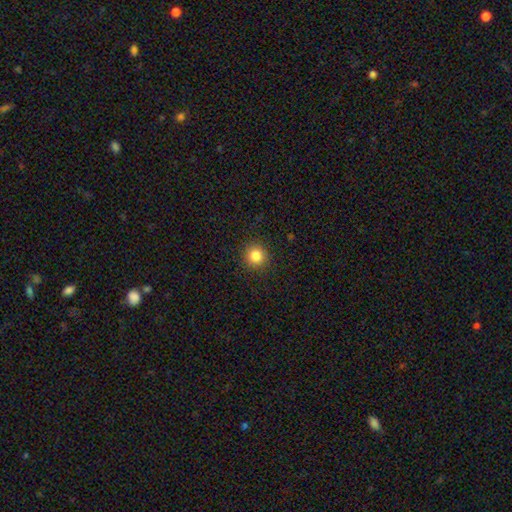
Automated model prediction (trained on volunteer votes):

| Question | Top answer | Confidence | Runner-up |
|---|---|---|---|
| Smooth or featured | smooth | 85% | star or artifact (11%) |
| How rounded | round | 94% | in between (5%) |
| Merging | none | 92% | minor disturbance (5%) |